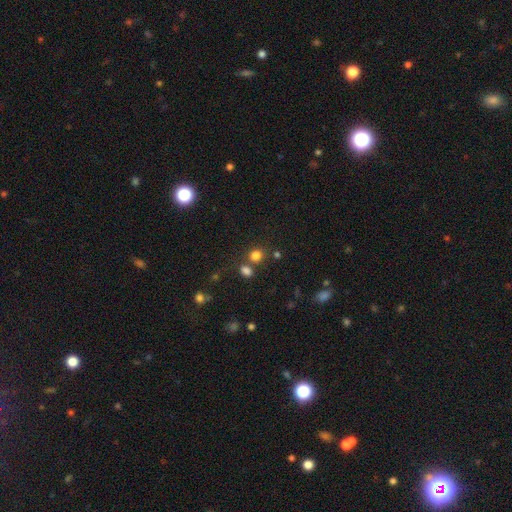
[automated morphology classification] Overall: smooth (79%). How rounded: round (78%). Merging: none (67%).